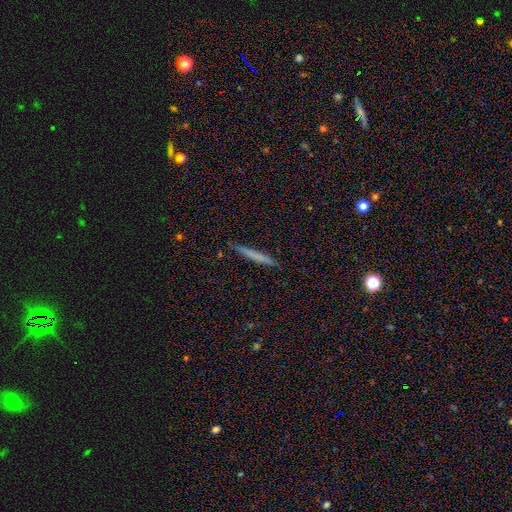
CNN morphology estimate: Smooth or featured?
  - smooth: 64% *
  - featured or disk: 29%
  - star or artifact: 7%
How rounded?
  - cigar-shaped: 96% *
  - in between: 2%
  - round: 1%
Merging?
  - none: 89% *
  - minor disturbance: 8%
  - major disturbance: 2%
  - merger: 1%